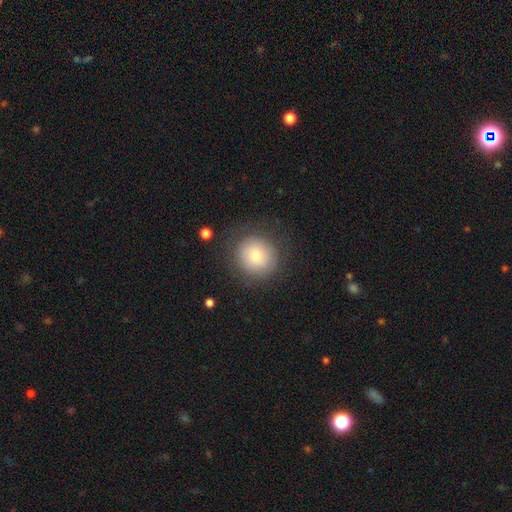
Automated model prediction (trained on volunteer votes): smooth-or-featured: smooth: 75% | featured or disk: 16% | star or artifact: 9%
  how-rounded: round: 91% | in between: 8% | cigar-shaped: 1%
  merging: none: 80% | minor disturbance: 12% | major disturbance: 6% | merger: 1%